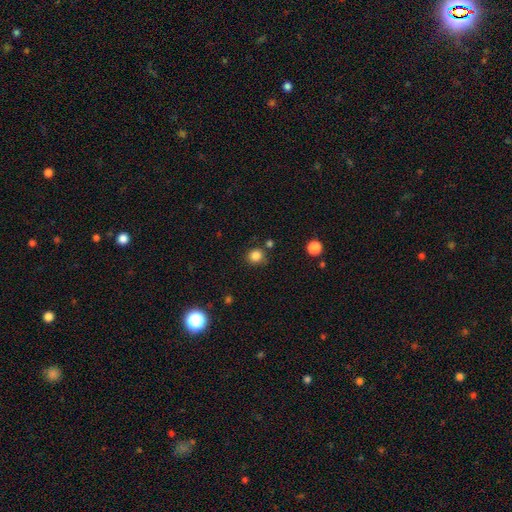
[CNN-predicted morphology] smooth 84%, star or artifact 12%, featured or disk 4%. Down the decision tree: how rounded — round (88%); merging — none (81%).